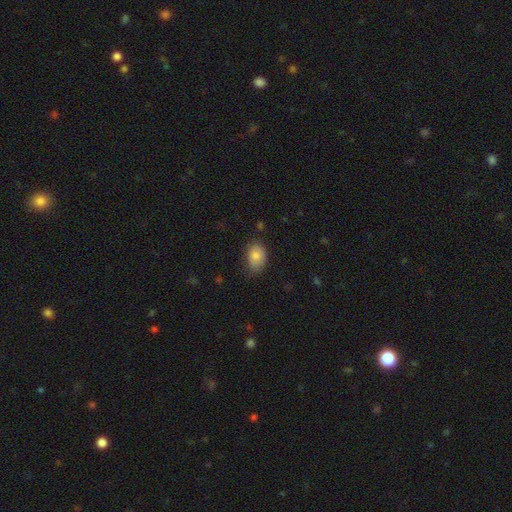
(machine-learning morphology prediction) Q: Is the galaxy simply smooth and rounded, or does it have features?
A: smooth — 85%.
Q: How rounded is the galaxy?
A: in between — 81%.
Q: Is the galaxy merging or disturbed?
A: none — 71%.